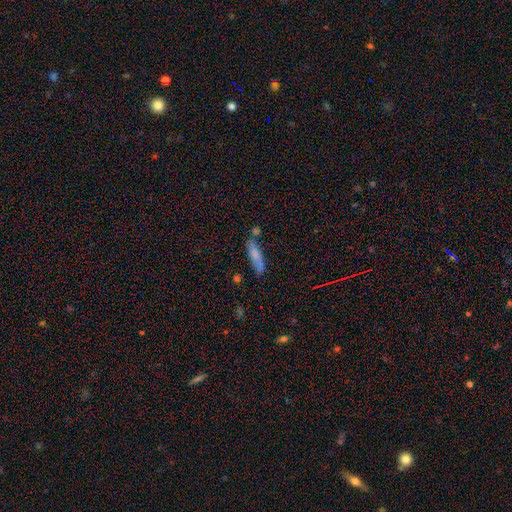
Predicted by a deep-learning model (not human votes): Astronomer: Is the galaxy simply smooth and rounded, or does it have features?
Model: smooth — 71%.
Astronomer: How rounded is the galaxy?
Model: cigar-shaped — 74%.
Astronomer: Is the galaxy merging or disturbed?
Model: none — 65%.